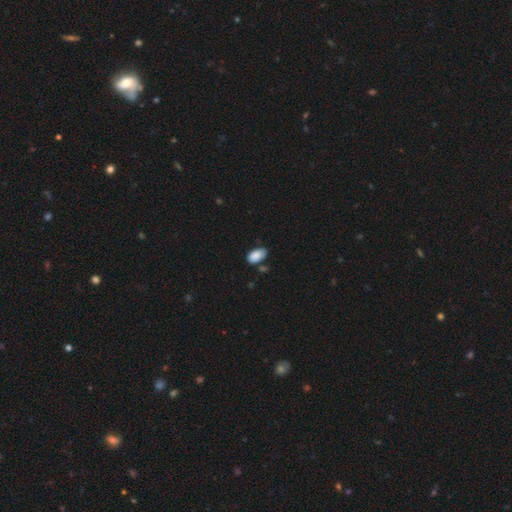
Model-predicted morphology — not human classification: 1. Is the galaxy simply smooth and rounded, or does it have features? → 87% smooth, 7% star or artifact, 6% featured or disk.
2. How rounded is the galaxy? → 95% in between, 4% round, 2% cigar-shaped.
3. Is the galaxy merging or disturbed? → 63% none, 25% minor disturbance, 8% merger, 5% major disturbance.